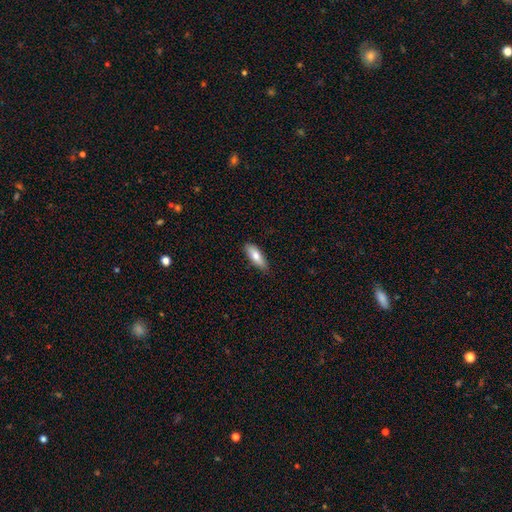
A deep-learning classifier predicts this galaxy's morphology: A smooth galaxy with no disk features (76%) that is in between round and cigar-shaped (60%).

Vote fractions:
- Smooth or featured? smooth: 76% / featured or disk: 18% / star or artifact: 6%
- How rounded? in between: 60% / cigar-shaped: 38% / round: 2%
- Merging? none: 83% / minor disturbance: 14% / major disturbance: 2% / merger: 1%